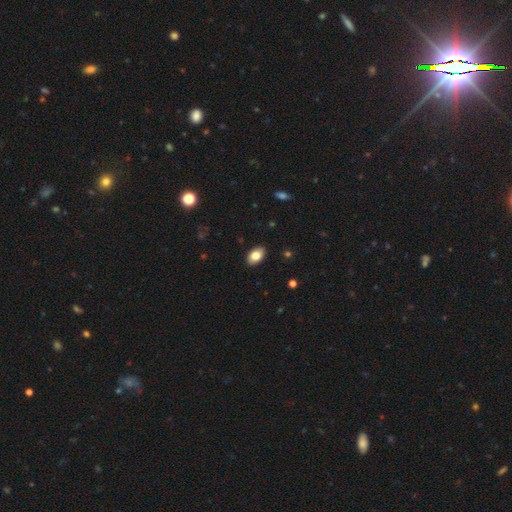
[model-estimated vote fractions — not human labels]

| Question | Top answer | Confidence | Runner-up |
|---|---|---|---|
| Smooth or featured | smooth | 81% | featured or disk (12%) |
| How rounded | in between | 90% | round (8%) |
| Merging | none | 89% | minor disturbance (8%) |